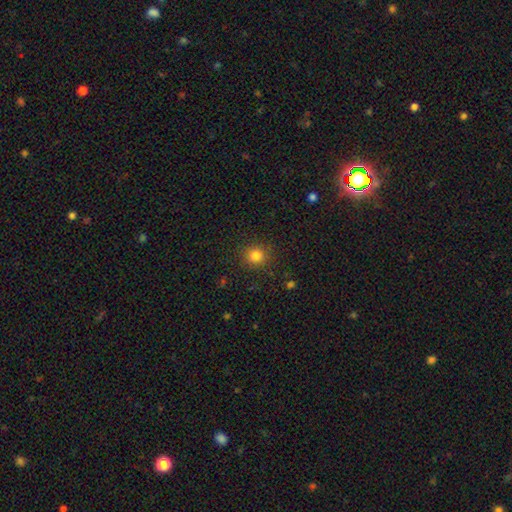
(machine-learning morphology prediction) Smooth or featured? smooth (82%)
How rounded? round (91%)
Merging? none (88%)